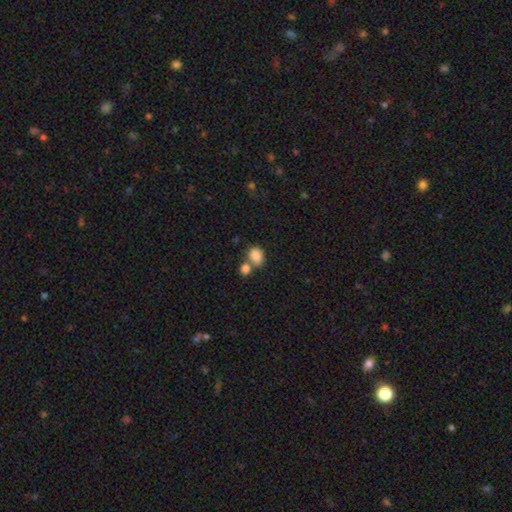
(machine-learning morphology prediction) smooth-or-featured: smooth: 85% | star or artifact: 9% | featured or disk: 6%
  how-rounded: in between: 62% | round: 37% | cigar-shaped: 1%
  merging: none: 43% | merger: 41% | minor disturbance: 11% | major disturbance: 4%